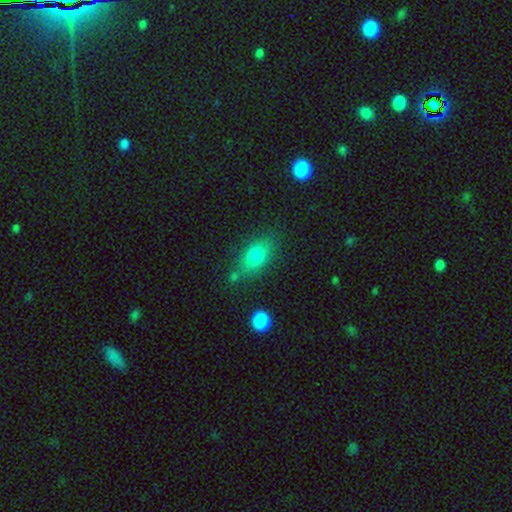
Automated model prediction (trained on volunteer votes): Morphology: type=smooth (78%); roundness=in between (79%); merging=none (71%).